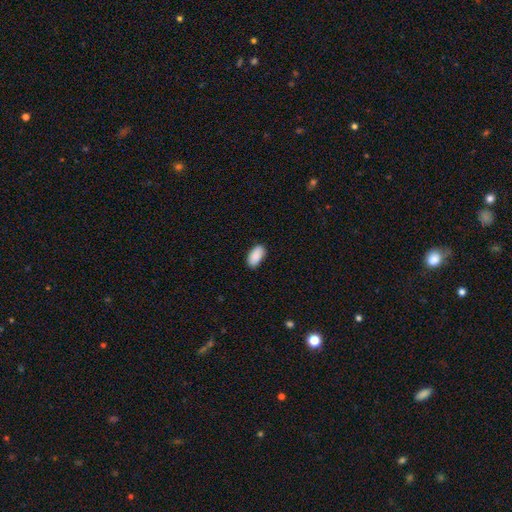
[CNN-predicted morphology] Smooth or featured: smooth — 91% (star or artifact — 6%)
How rounded: in between — 95% (cigar-shaped — 3%)
Merging: none — 86% (minor disturbance — 11%)